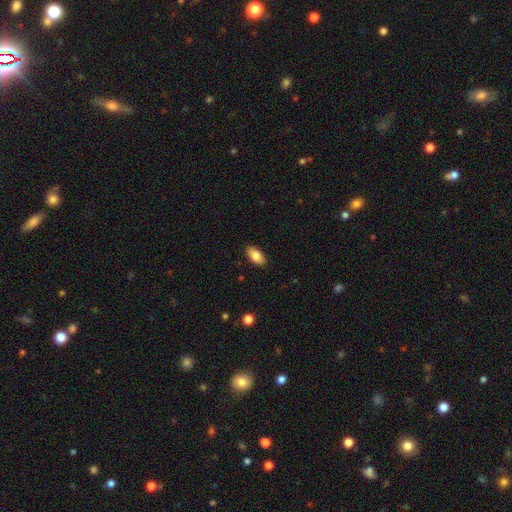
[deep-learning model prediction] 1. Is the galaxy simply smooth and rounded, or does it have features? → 83% smooth, 10% featured or disk, 7% star or artifact.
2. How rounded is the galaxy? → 93% in between, 4% cigar-shaped, 3% round.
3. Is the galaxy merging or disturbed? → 87% none, 10% minor disturbance, 2% major disturbance, 1% merger.